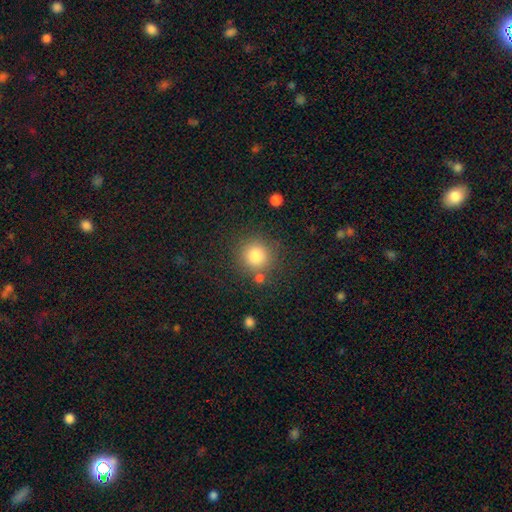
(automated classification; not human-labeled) The model was most divided on "merging": none: 79%, minor disturbance: 10%, merger: 8%, major disturbance: 4%. More confident: how rounded — round (92%); smooth or featured — smooth (83%).